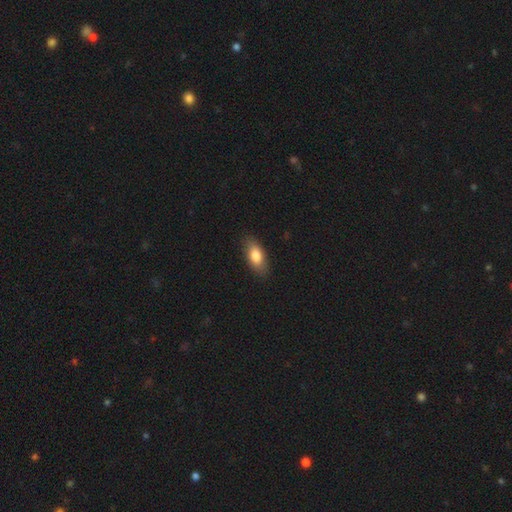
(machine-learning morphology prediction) Smooth or featured?
  - smooth: 80% *
  - featured or disk: 13%
  - star or artifact: 6%
How rounded?
  - in between: 86% *
  - cigar-shaped: 11%
  - round: 4%
Merging?
  - none: 85% *
  - minor disturbance: 12%
  - major disturbance: 2%
  - merger: 1%